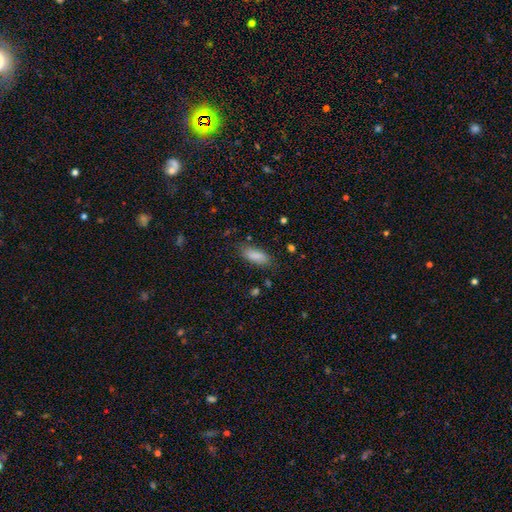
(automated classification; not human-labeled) Smooth or featured? smooth (87%)
How rounded? in between (81%)
Merging? none (80%)